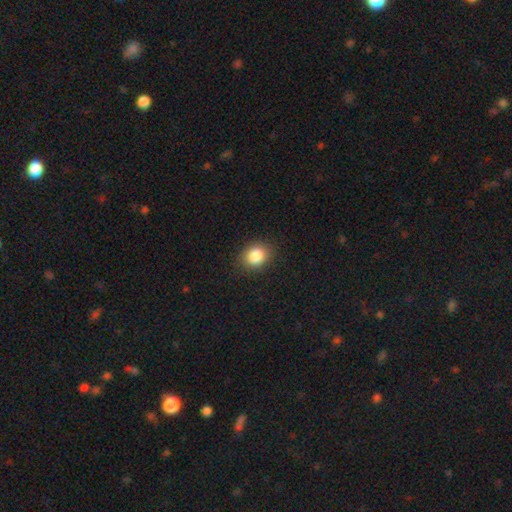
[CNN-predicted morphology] smooth 86%, star or artifact 9%, featured or disk 5%. Down the decision tree: how rounded — round (57%); merging — none (87%).